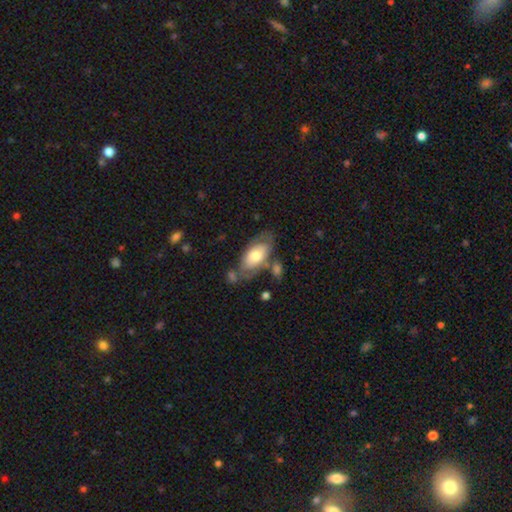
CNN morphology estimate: This is possibly a smooth galaxy (56%). How rounded: clearly in between (91%). Merging: possibly none (54%).